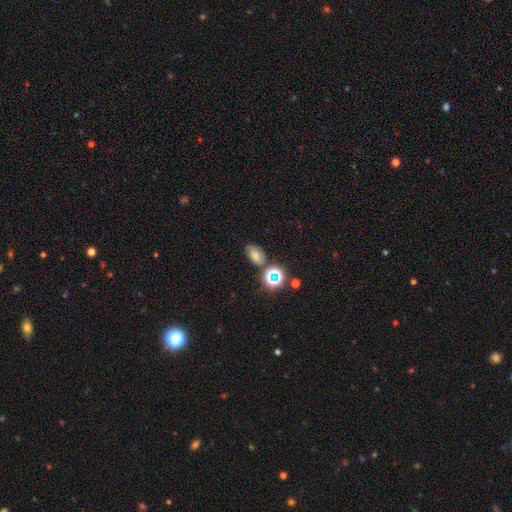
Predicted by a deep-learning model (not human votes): Smooth or featured? smooth (63%)
How rounded? in between (83%)
Merging? none (66%)